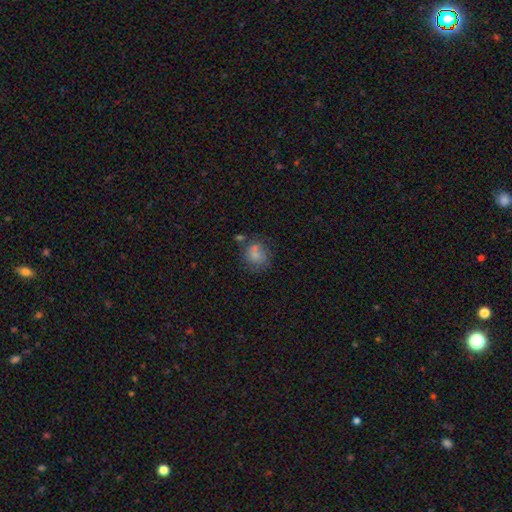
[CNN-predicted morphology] This is likely a smooth galaxy (69%). How rounded: likely round (74%). Merging: likely none (64%).